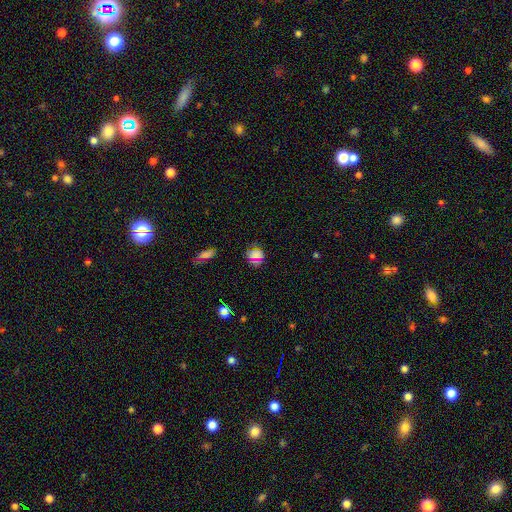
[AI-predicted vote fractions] Smooth or featured: smooth — 60% (star or artifact — 30%)
How rounded: round — 78% (in between — 20%)
Merging: none — 80% (minor disturbance — 13%)